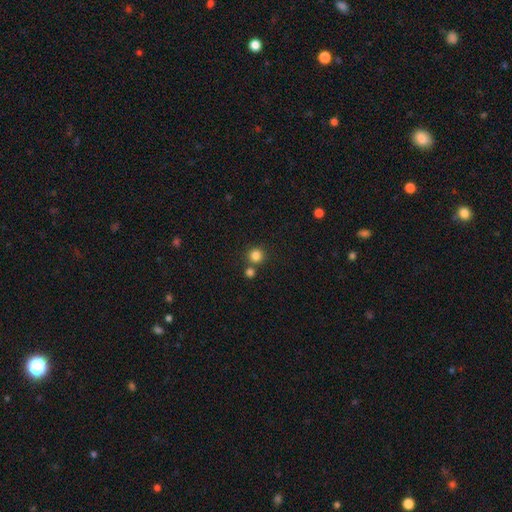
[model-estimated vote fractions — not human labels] smooth_or_featured: smooth (p=0.83) [alt: star or artifact p=0.12]
how_rounded: round (p=0.93) [alt: in between p=0.06]
merging: none (p=0.73) [alt: merger p=0.18]